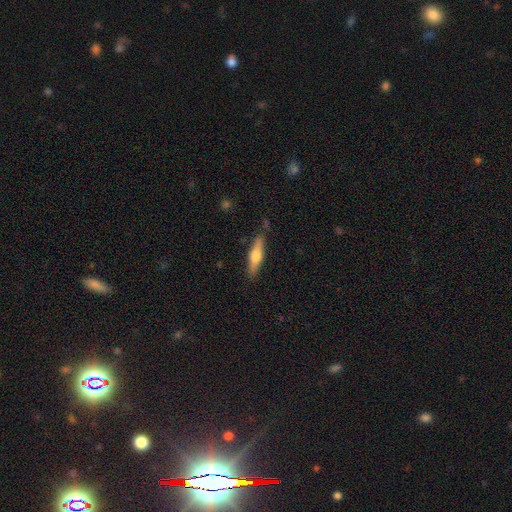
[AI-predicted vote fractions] Smooth or featured: smooth — 50% (featured or disk — 44%)
Merging: none — 83% (minor disturbance — 12%)